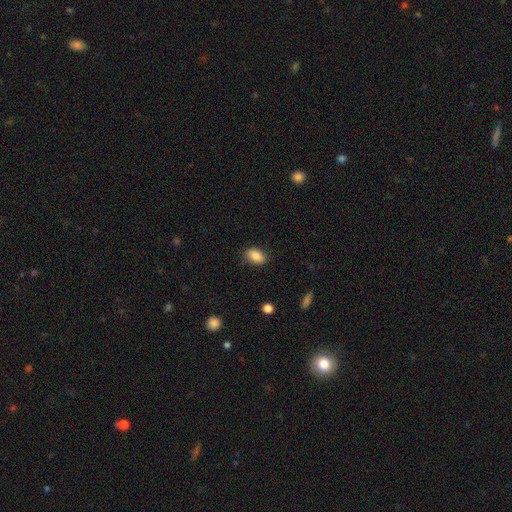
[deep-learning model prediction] Smooth or featured? smooth (86%)
How rounded? in between (87%)
Merging? none (79%)